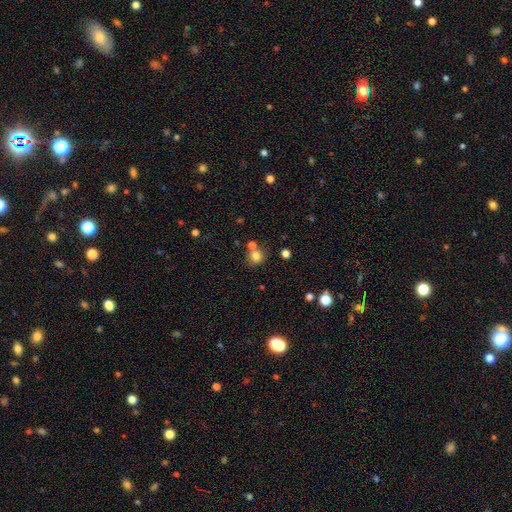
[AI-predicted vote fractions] Smooth or featured? smooth (79%)
How rounded? round (83%)
Merging? none (62%)